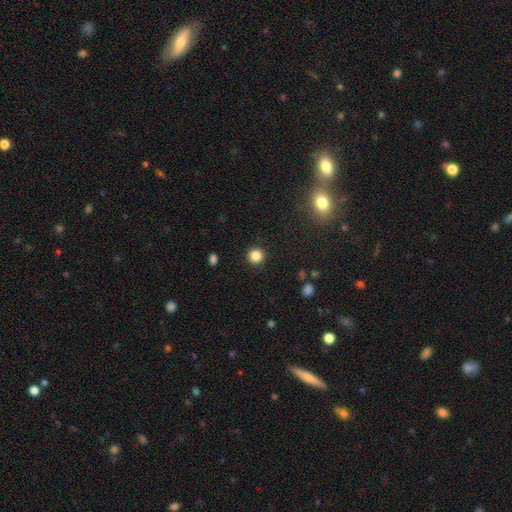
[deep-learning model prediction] Q: Smooth or featured?
A: smooth (85%); runner-up: star or artifact (12%)
Q: How rounded?
A: round (94%); runner-up: in between (5%)
Q: Merging?
A: none (91%); runner-up: minor disturbance (5%)